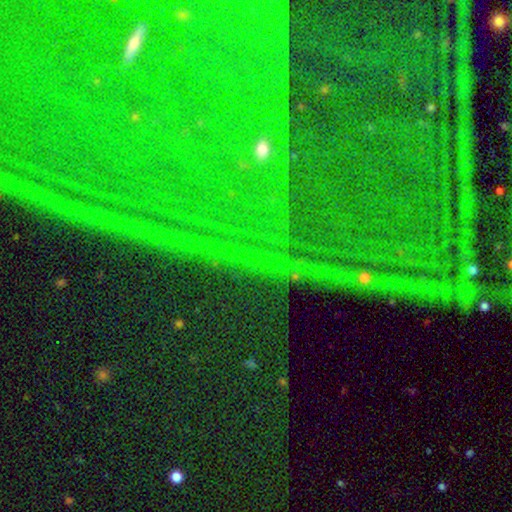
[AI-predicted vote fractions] A star or artifact, not a galaxy (87%).